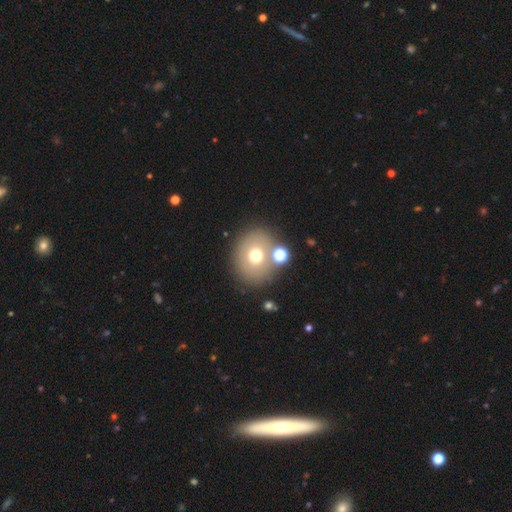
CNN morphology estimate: type=smooth (66%); roundness=round (65%); merging=none (73%).